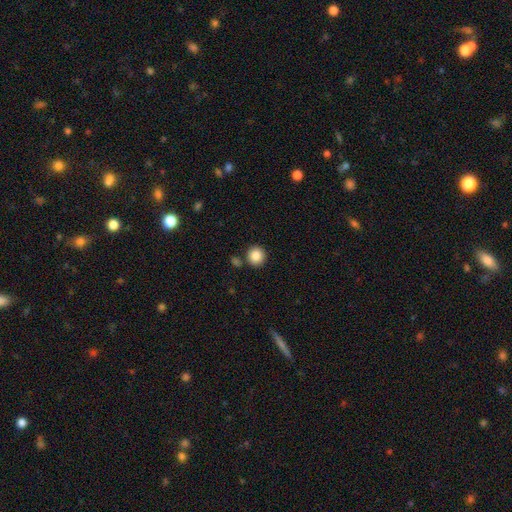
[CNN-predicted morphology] Overall: smooth (87%). How rounded: round (92%). Merging: none (85%).